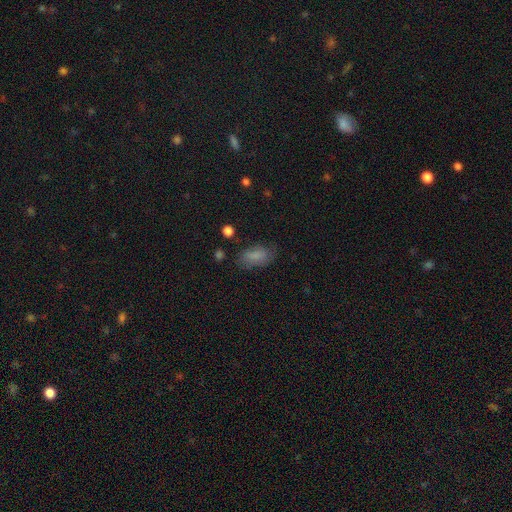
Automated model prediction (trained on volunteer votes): This is clearly a smooth galaxy (82%). How rounded: clearly in between (91%). Merging: likely none (71%).